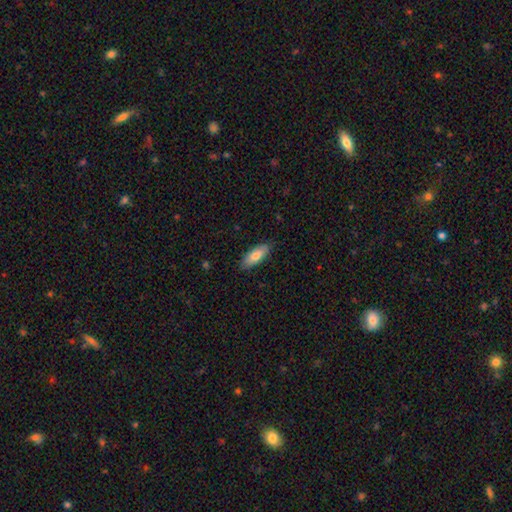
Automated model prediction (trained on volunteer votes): Overall: smooth (78%). How rounded: in between (73%). Merging: none (86%).